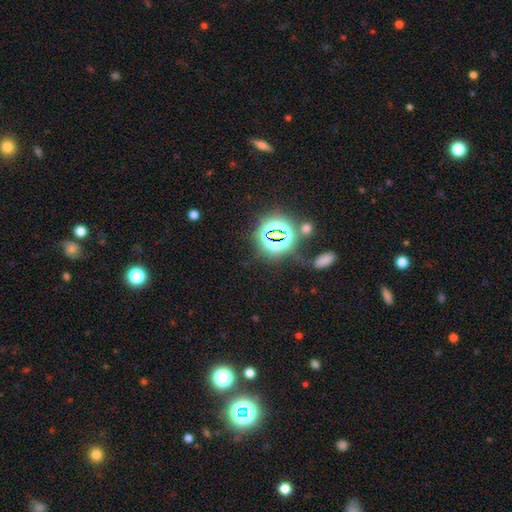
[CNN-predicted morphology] A star or artifact, not a galaxy (76%).

Vote fractions:
- Smooth or featured? star or artifact: 76% / smooth: 16% / featured or disk: 8%